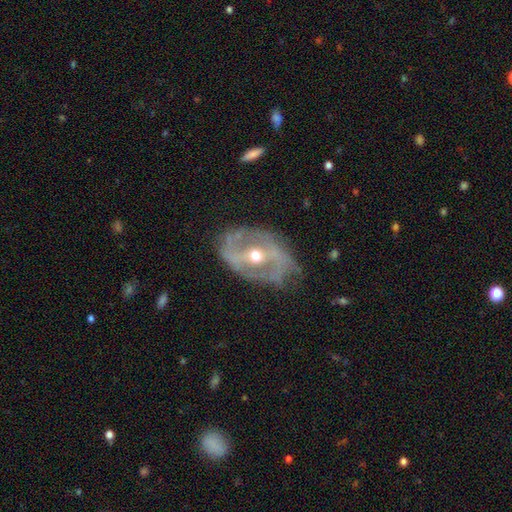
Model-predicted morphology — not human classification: Smooth or featured? featured or disk (81%)
Edge-on disk? no (93%)
Bar? strong (38%)
Spiral arms? yes (65%)
Bulge size? moderate (70%)
Merging? none (61%)